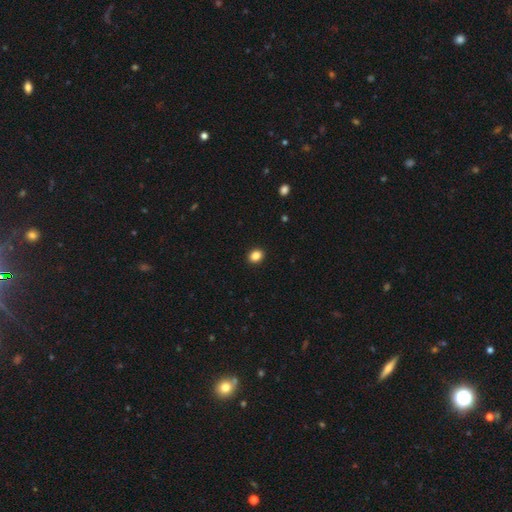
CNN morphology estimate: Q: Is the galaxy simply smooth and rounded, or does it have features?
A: smooth — 86%.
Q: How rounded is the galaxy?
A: in between — 51%.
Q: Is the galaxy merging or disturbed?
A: none — 92%.